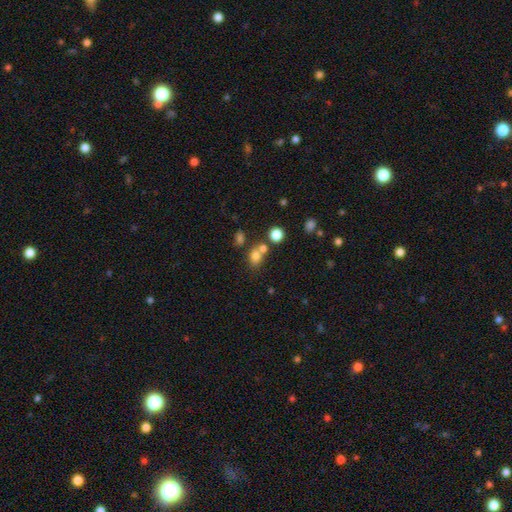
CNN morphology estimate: Overall: smooth (73%). How rounded: round (55%; in between 44%). Merging: none (48%; merger 35%).